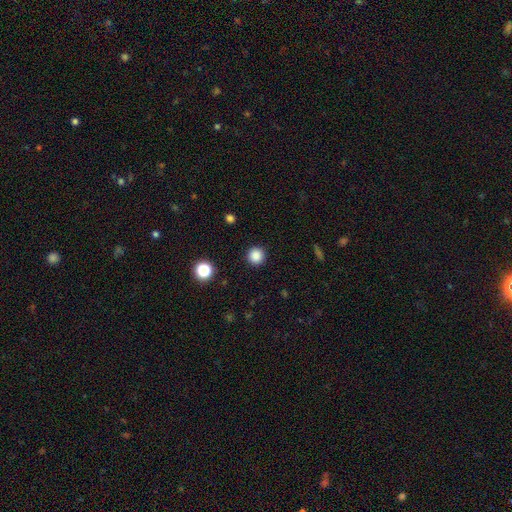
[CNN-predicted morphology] Smooth or featured? smooth (86%)
How rounded? round (95%)
Merging? none (92%)